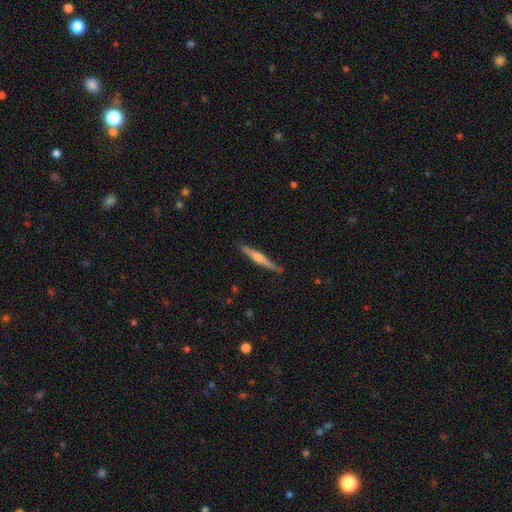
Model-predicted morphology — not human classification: This is likely a featured or disk galaxy (69%). It is clearly viewed edge-on (98%). Edge-on bulge: likely rounded (72%). Merging: clearly none (88%).